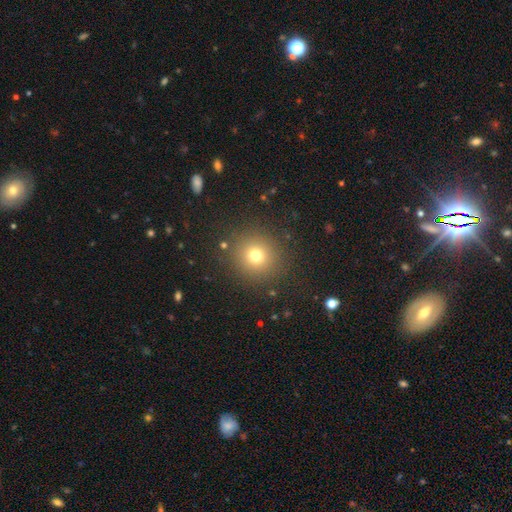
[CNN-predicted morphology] Smooth or featured?
  - smooth: 72% *
  - star or artifact: 19%
  - featured or disk: 9%
How rounded?
  - round: 93% *
  - in between: 6%
  - cigar-shaped: 1%
Merging?
  - none: 88% *
  - minor disturbance: 6%
  - major disturbance: 3%
  - merger: 2%